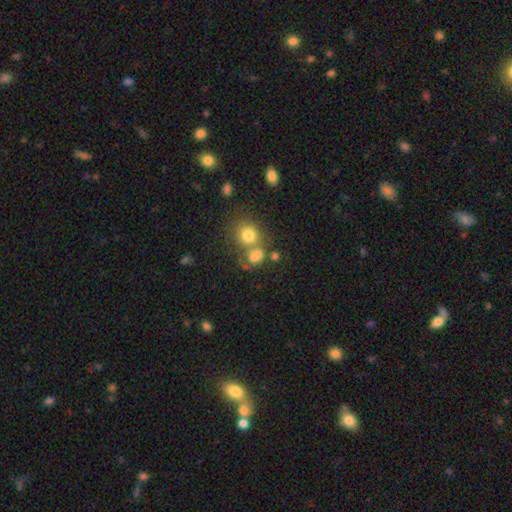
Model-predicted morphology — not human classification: Overall: smooth (67%). How rounded: round (67%; in between 32%). Merging: merger (43%; none 38%).